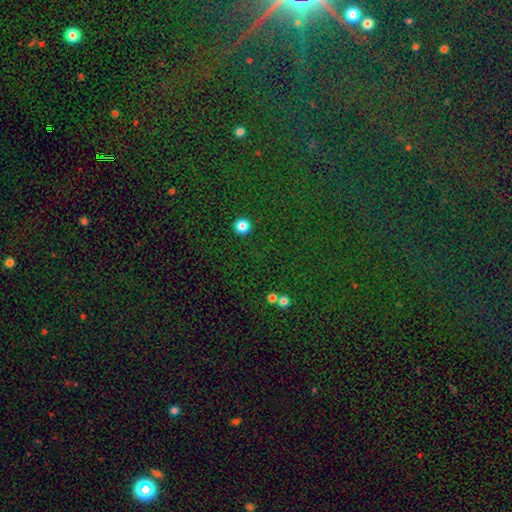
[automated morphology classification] The model was most divided on "smooth or featured": star or artifact: 82%, smooth: 10%, featured or disk: 8%.